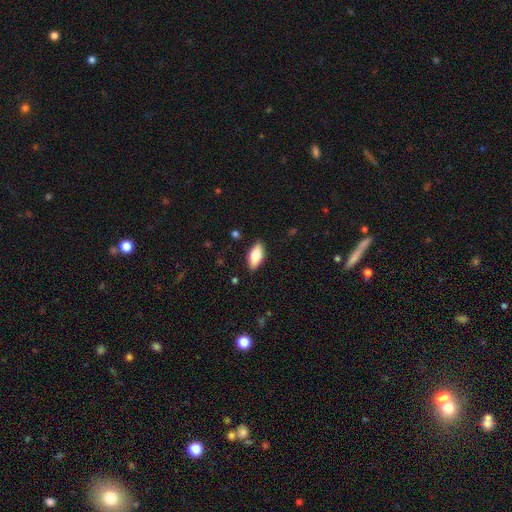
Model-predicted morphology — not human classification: A smooth galaxy with no disk features (77%) that is in between round and cigar-shaped (87%). Merging: none (87%).